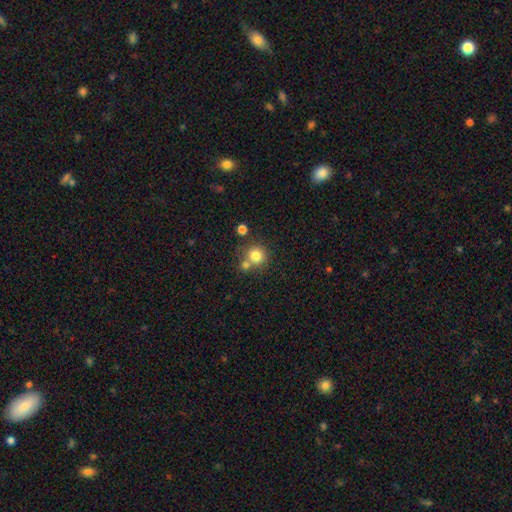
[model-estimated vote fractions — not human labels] A smooth galaxy with no disk features (79%) that is round (90%). Merging: none (59%).